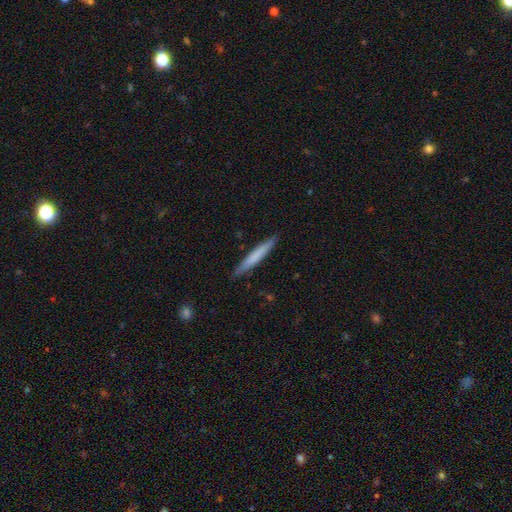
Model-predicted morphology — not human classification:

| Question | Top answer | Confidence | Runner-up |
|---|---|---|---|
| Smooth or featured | smooth | 68% | featured or disk (27%) |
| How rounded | cigar-shaped | 96% | in between (3%) |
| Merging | none | 89% | minor disturbance (8%) |